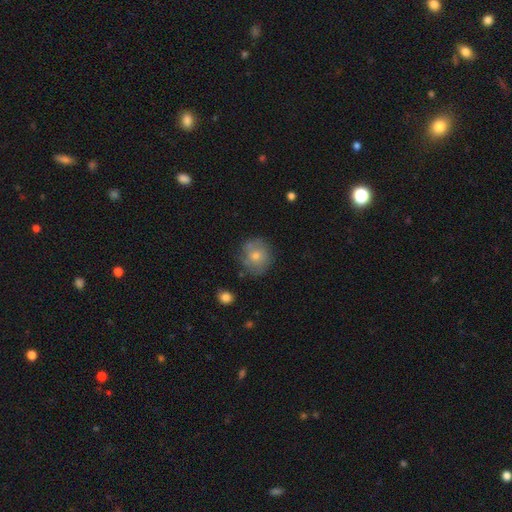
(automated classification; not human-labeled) Smooth or featured?
  - smooth: 56% *
  - featured or disk: 33%
  - star or artifact: 11%
How rounded?
  - round: 86% *
  - in between: 13%
  - cigar-shaped: 1%
Merging?
  - none: 74% *
  - minor disturbance: 18%
  - major disturbance: 5%
  - merger: 2%